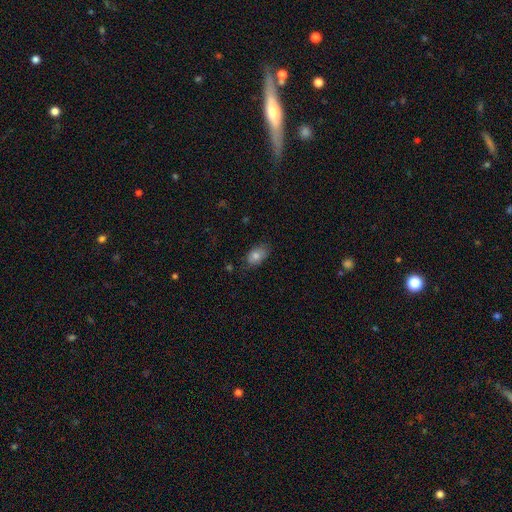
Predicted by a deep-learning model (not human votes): Smooth or featured: smooth — 80% (featured or disk — 12%)
How rounded: in between — 88% (round — 10%)
Merging: none — 74% (minor disturbance — 21%)